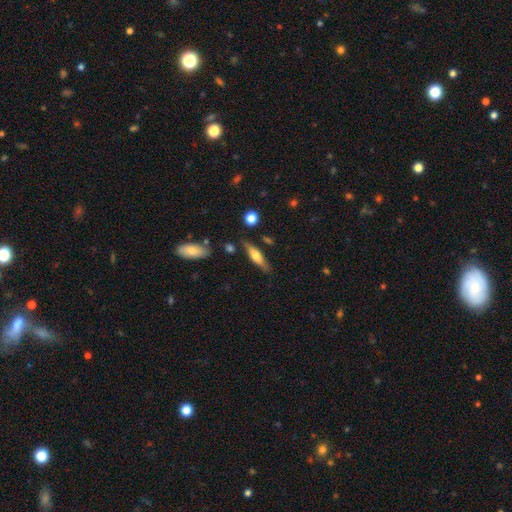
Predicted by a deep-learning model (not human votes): smooth 49%, featured or disk 45%, star or artifact 7%. Down the decision tree: merging — none (79%).